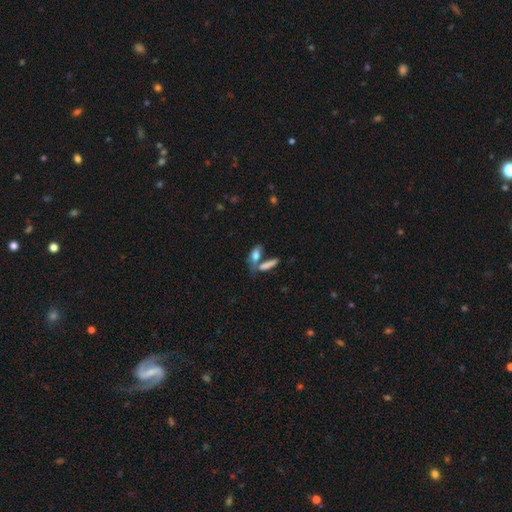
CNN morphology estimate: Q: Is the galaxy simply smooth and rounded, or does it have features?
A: smooth — 71%.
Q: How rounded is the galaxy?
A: in between — 66%.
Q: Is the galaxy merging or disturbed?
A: none — 42%.